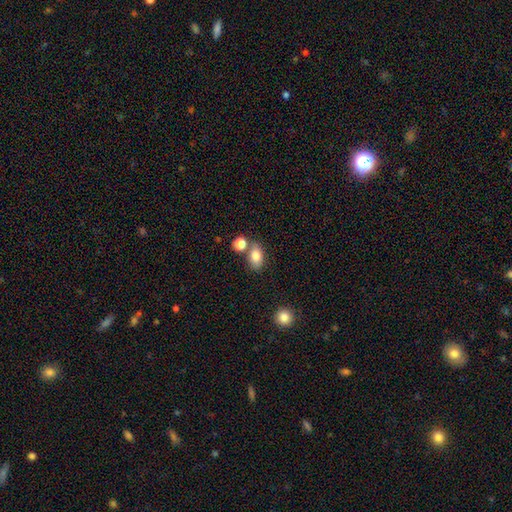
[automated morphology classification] A smooth galaxy with no disk features (83%) that is in between round and cigar-shaped (83%). Merging: none (62%).